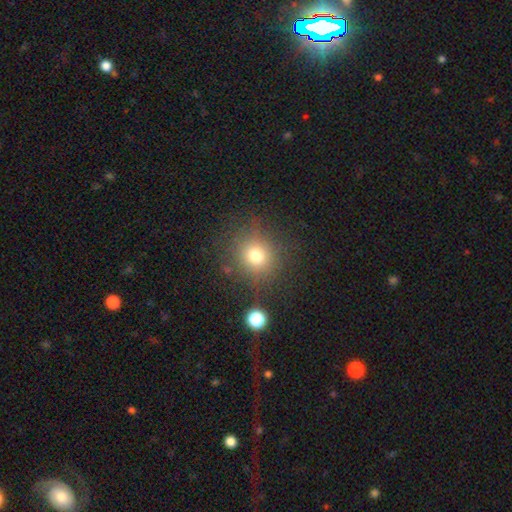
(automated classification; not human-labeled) smooth-or-featured: smooth: 73% | star or artifact: 17% | featured or disk: 10%
  how-rounded: round: 90% | in between: 9% | cigar-shaped: 1%
  merging: none: 82% | minor disturbance: 9% | major disturbance: 5% | merger: 3%